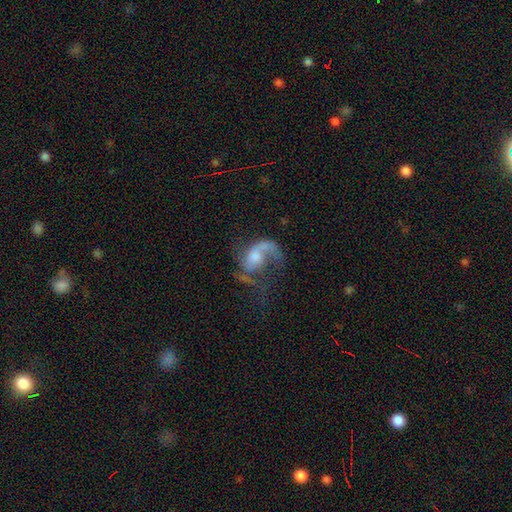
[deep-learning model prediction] smooth-or-featured: featured or disk: 73% | smooth: 20% | star or artifact: 8%
  disk-edge-on: no: 98% | yes: 2%
    bar: no: 66% | weak: 28% | strong: 6%
    has-spiral-arms: yes: 87% | no: 13%
      spiral-winding: loose: 58% | medium: 33% | tight: 9%
      spiral-arm-count: 1: 69% | 2: 21% | can't tell: 4% | 3: 2% | 4: 1% | more than 4: 1%
    bulge-size: moderate: 38% | large: 23% | small: 21% | none: 14% | dominant: 4%
  merging: major disturbance: 49% | none: 30% | minor disturbance: 15% | merger: 6%